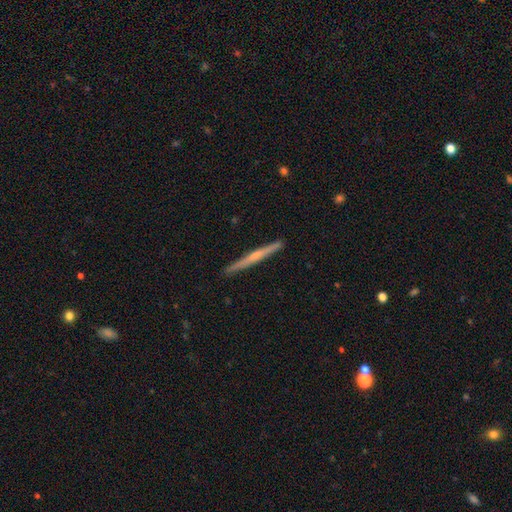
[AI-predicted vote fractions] Q: Smooth or featured?
A: featured or disk (59%); runner-up: smooth (36%)
Q: Edge-on disk?
A: yes (98%); runner-up: no (2%)
Q: Edge-on bulge?
A: none (50%); runner-up: rounded (42%)
Q: Merging?
A: none (92%); runner-up: minor disturbance (6%)